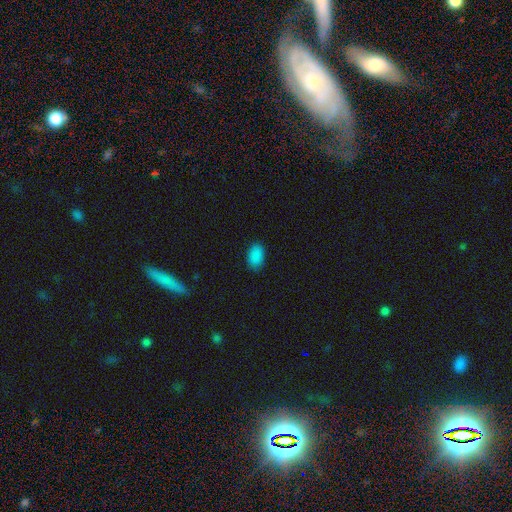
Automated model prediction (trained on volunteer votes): Smooth or featured?
  - smooth: 88% *
  - star or artifact: 9%
  - featured or disk: 3%
How rounded?
  - in between: 90% *
  - round: 8%
  - cigar-shaped: 1%
Merging?
  - none: 85% *
  - minor disturbance: 11%
  - major disturbance: 3%
  - merger: 1%